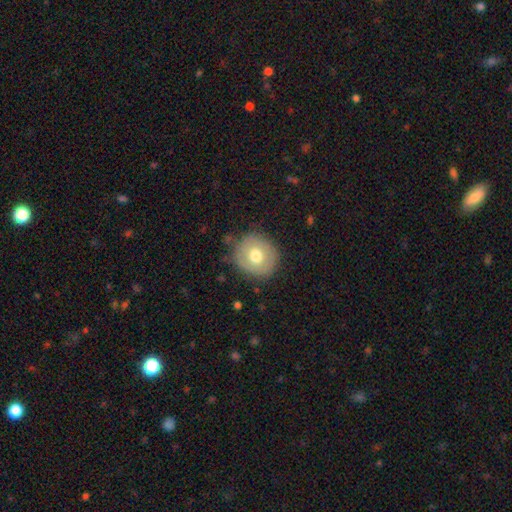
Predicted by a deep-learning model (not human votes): A smooth galaxy with no disk features (66%) that is round (88%).

Vote fractions:
- Smooth or featured? smooth: 66% / featured or disk: 25% / star or artifact: 8%
- How rounded? round: 88% / in between: 11% / cigar-shaped: 1%
- Merging? none: 82% / minor disturbance: 12% / major disturbance: 4% / merger: 2%